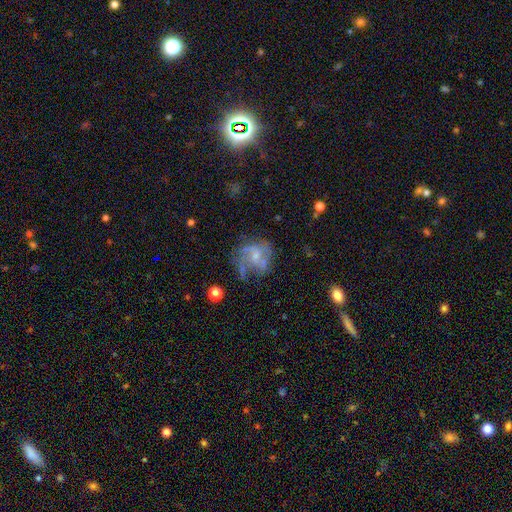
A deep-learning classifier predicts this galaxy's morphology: The model was most divided on "bulge size": small: 41%, moderate: 32%, none: 22%, large: 3%, dominant: 1%. Remaining: edge-on disk — no (98%); smooth or featured — featured or disk (65%); spiral arms — yes (62%); bar — no (57%); merging — none (42%).